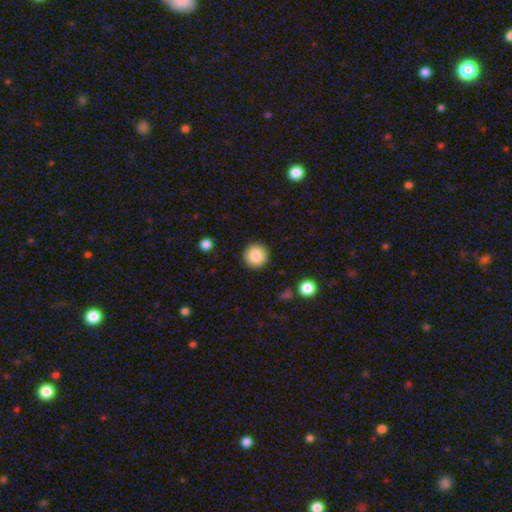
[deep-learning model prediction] A smooth galaxy with no disk features (85%) that is round (96%).

Vote fractions:
- Smooth or featured? smooth: 85% / star or artifact: 8% / featured or disk: 6%
- How rounded? round: 96% / in between: 3% / cigar-shaped: 1%
- Merging? none: 91% / minor disturbance: 6% / major disturbance: 2% / merger: 1%